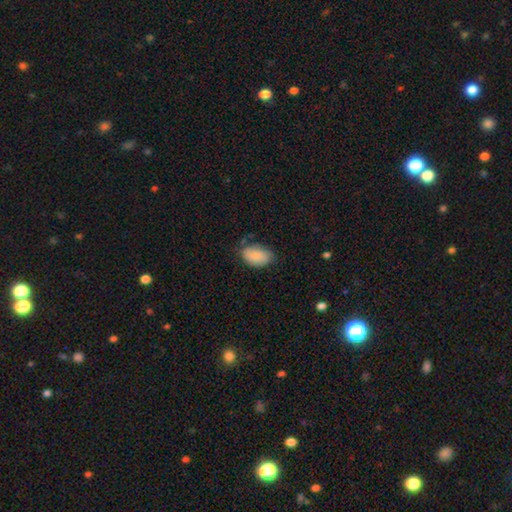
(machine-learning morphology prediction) Overall: smooth (85%). How rounded: in between (92%). Merging: none (68%).